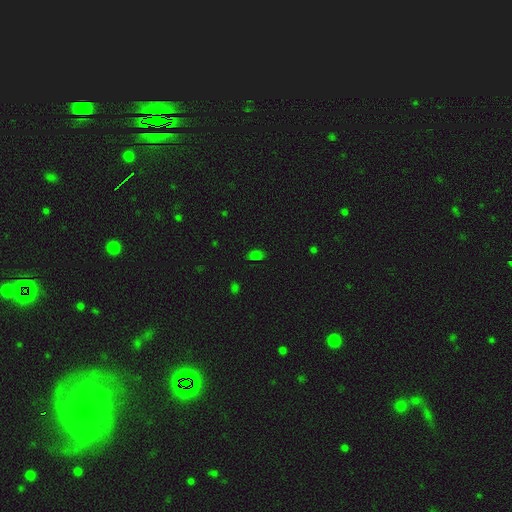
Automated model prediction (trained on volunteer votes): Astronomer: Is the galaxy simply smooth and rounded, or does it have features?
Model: smooth — 64%.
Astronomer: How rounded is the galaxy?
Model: in between — 83%.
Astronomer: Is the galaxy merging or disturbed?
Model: none — 77%.